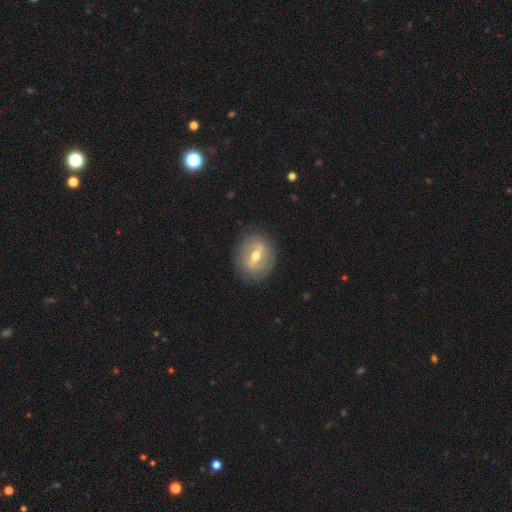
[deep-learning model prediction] smooth_or_featured: featured or disk (p=0.70) [alt: smooth p=0.24]
disk_edge_on: no (p=0.90) [alt: yes p=0.10]
bar: strong (p=0.51) [alt: weak p=0.37]
has_spiral_arms: no (p=0.52) [alt: yes p=0.48]
bulge_size: moderate (p=0.73) [alt: small p=0.20]
merging: none (p=0.84) [alt: minor disturbance p=0.11]